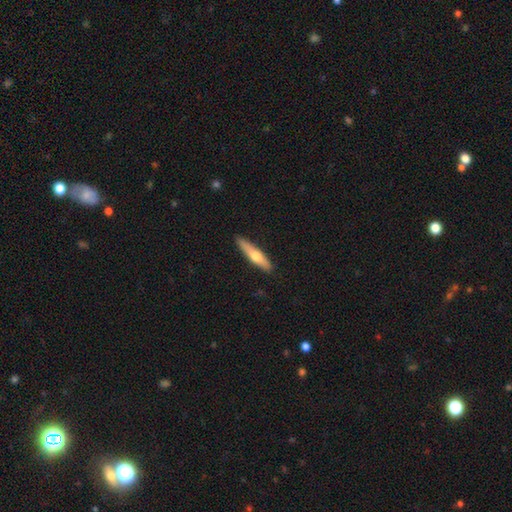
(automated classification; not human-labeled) Morphology: type=smooth (52%); roundness=cigar-shaped (83%); merging=none (86%).